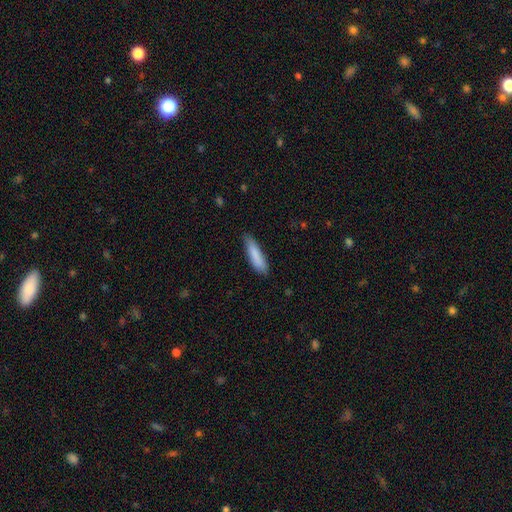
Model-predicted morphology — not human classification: Smooth or featured? Predicted: smooth (p=0.85). How rounded? Predicted: cigar-shaped (p=0.74). Merging? Predicted: none (p=0.76).